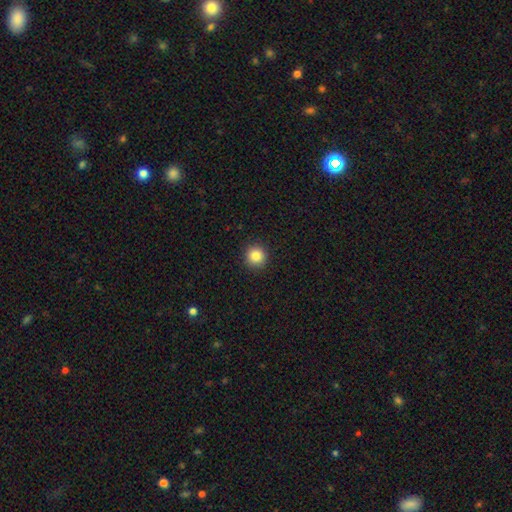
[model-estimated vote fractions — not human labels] smooth 86%, star or artifact 10%, featured or disk 4%. Down the decision tree: how rounded — round (94%); merging — none (92%).